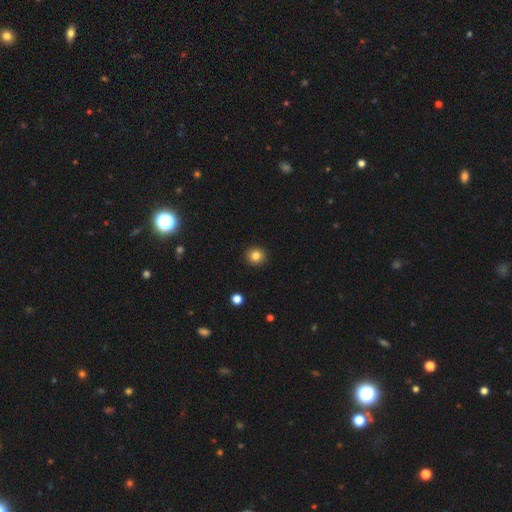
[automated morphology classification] Overall: smooth (84%). How rounded: round (91%). Merging: none (92%).